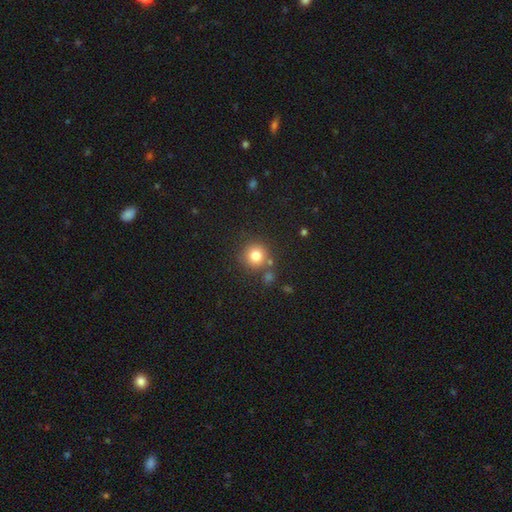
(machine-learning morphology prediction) Smooth or featured?
  - smooth: 80% *
  - star or artifact: 12%
  - featured or disk: 8%
How rounded?
  - round: 93% *
  - in between: 6%
  - cigar-shaped: 1%
Merging?
  - none: 77% *
  - minor disturbance: 10%
  - merger: 10%
  - major disturbance: 4%